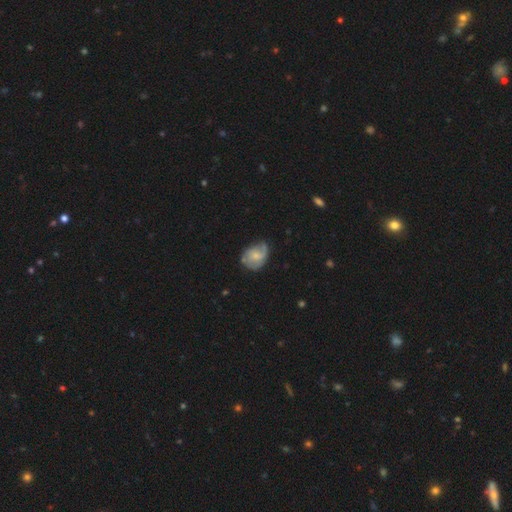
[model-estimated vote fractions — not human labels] Q: Smooth or featured?
A: featured or disk (58%); runner-up: smooth (35%)
Q: Edge-on disk?
A: no (97%); runner-up: yes (3%)
Q: Bar?
A: no (68%); runner-up: weak (28%)
Q: Spiral arms?
A: yes (83%); runner-up: no (17%)
Q: Bulge size?
A: small (53%); runner-up: moderate (30%)
Q: Merging?
A: none (51%); runner-up: minor disturbance (32%)